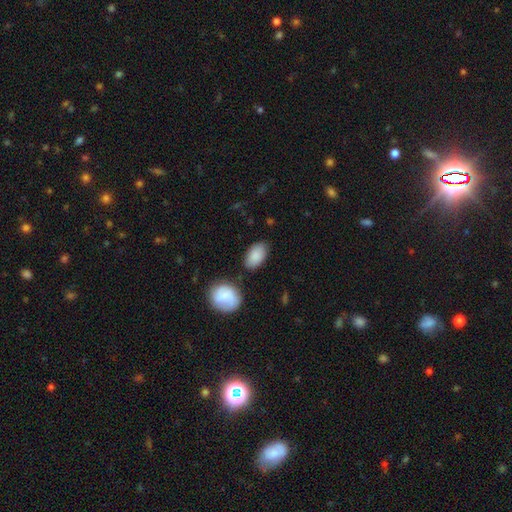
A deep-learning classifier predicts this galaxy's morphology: smooth-or-featured: smooth: 86% | featured or disk: 8% | star or artifact: 6%
  how-rounded: in between: 92% | round: 6% | cigar-shaped: 2%
  merging: none: 77% | minor disturbance: 14% | merger: 5% | major disturbance: 4%